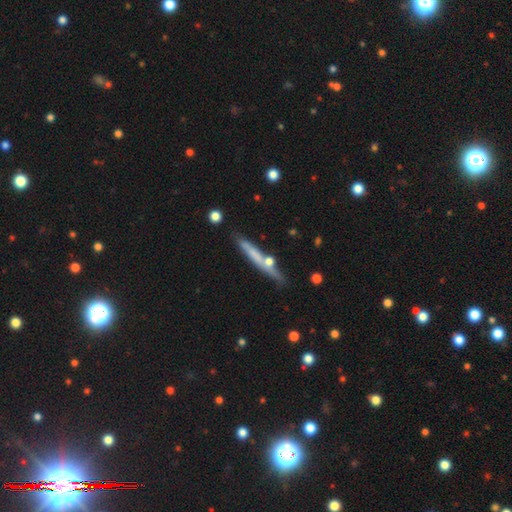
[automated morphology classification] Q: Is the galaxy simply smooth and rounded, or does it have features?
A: featured or disk — 49%.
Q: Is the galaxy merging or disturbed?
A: none — 76%.